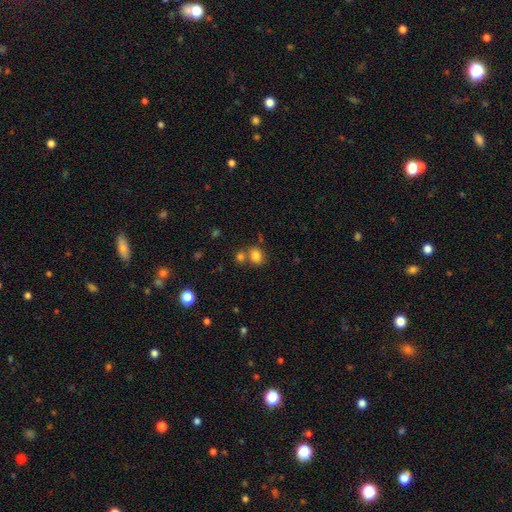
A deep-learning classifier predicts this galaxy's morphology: smooth_or_featured: smooth (p=0.81) [alt: star or artifact p=0.12]
how_rounded: round (p=0.59) [alt: in between p=0.40]
merging: none (p=0.57) [alt: merger p=0.29]